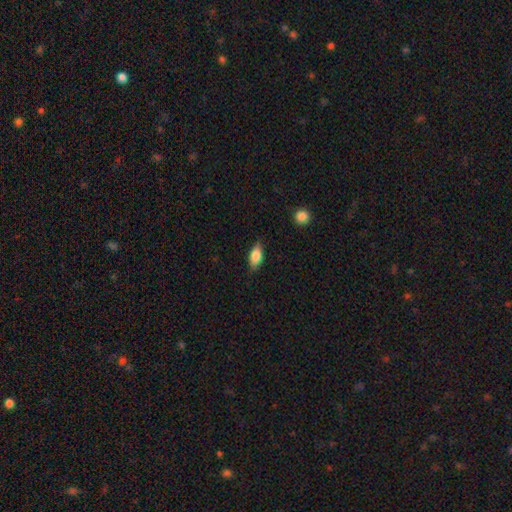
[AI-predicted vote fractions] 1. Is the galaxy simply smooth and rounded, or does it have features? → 78% smooth, 15% featured or disk, 7% star or artifact.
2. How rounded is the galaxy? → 84% in between, 12% cigar-shaped, 4% round.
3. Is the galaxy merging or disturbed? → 82% none, 14% minor disturbance, 3% major disturbance, 1% merger.